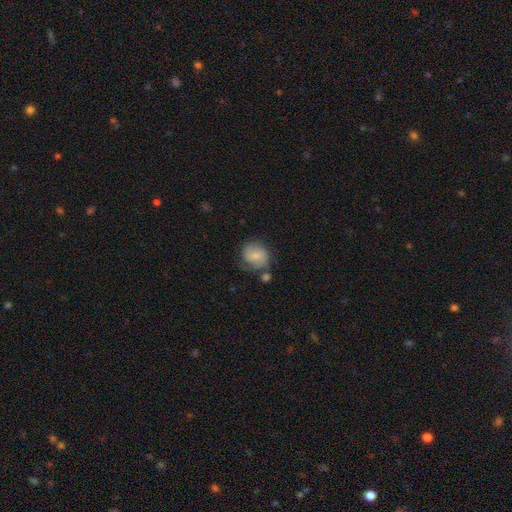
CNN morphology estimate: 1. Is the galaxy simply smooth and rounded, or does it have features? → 57% smooth, 35% featured or disk, 7% star or artifact.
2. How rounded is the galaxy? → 72% round, 27% in between, 1% cigar-shaped.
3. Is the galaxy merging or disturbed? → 49% none, 26% minor disturbance, 14% major disturbance, 11% merger.